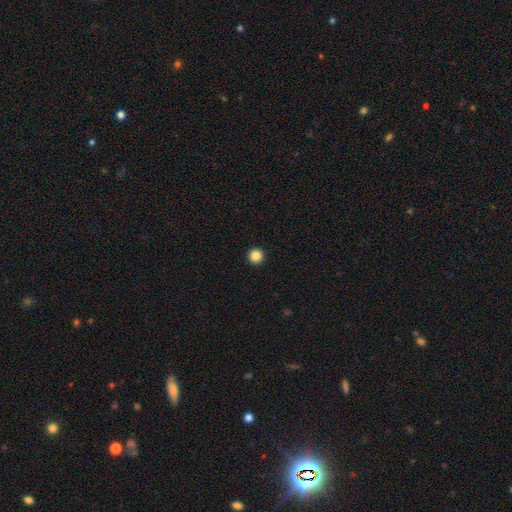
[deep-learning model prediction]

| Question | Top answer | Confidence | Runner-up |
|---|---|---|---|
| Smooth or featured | smooth | 85% | star or artifact (11%) |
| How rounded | round | 96% | in between (3%) |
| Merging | none | 94% | minor disturbance (3%) |